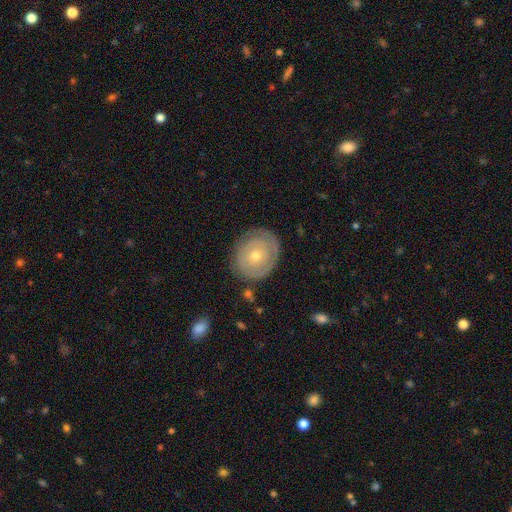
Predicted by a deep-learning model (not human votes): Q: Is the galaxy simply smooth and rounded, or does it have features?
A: featured or disk — 69%.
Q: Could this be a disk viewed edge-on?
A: no — 97%.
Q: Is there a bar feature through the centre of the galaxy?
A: no — 80%.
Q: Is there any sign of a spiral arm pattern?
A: yes — 78%.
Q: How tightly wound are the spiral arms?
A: tight — 81%.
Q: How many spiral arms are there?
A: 2 — 41%.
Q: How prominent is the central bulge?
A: small — 52%.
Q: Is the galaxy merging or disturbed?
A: none — 82%.